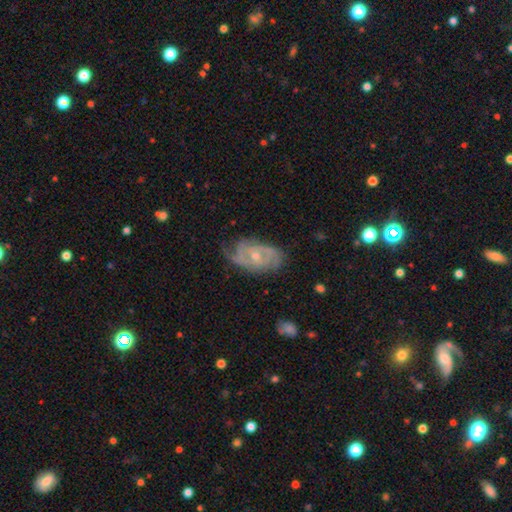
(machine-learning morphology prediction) This appears to be a featured or disk galaxy (81%) with no bar (61%), 2 (40%) tight (51%) spiral arms (91%) and a small central bulge (54%). Merging: none (62%).